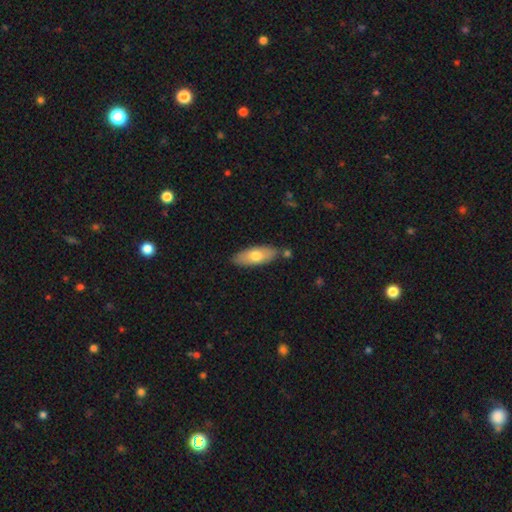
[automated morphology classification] Overall: smooth (67%). How rounded: in between (70%). Merging: none (80%).